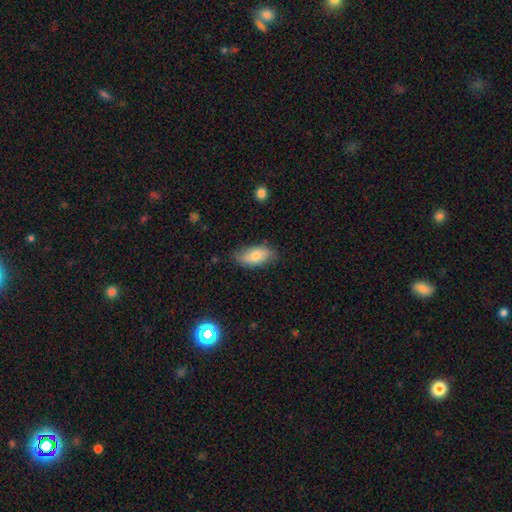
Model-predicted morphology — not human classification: This appears to be a smooth galaxy with no disk features (76%) that is in between round and cigar-shaped (93%). Merging: none (71%).